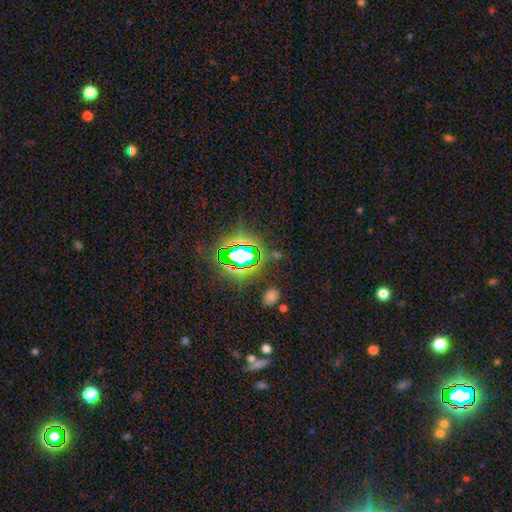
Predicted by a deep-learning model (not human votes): Q: Smooth or featured?
A: star or artifact (76%); runner-up: smooth (16%)